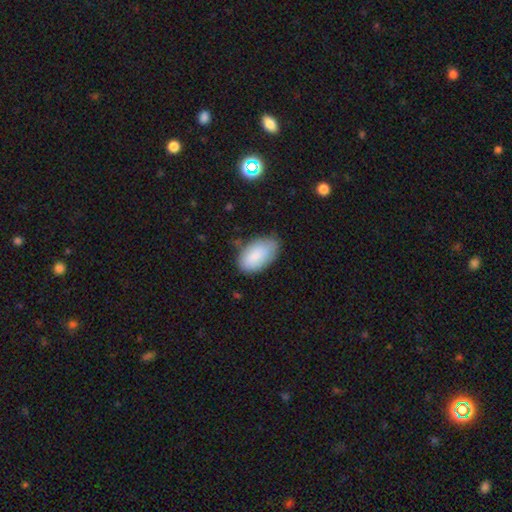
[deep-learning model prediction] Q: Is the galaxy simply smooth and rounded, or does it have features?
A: smooth — 83%.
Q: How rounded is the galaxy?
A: in between — 95%.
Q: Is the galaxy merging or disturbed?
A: none — 69%.